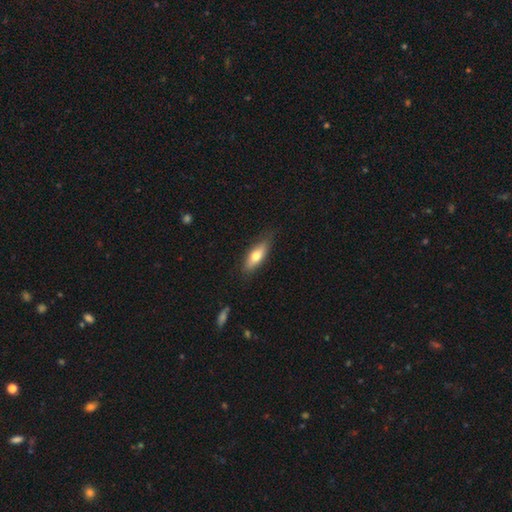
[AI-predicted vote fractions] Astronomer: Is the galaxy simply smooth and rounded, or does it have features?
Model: smooth — 67%.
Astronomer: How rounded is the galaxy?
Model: in between — 62%.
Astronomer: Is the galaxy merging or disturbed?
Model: none — 81%.